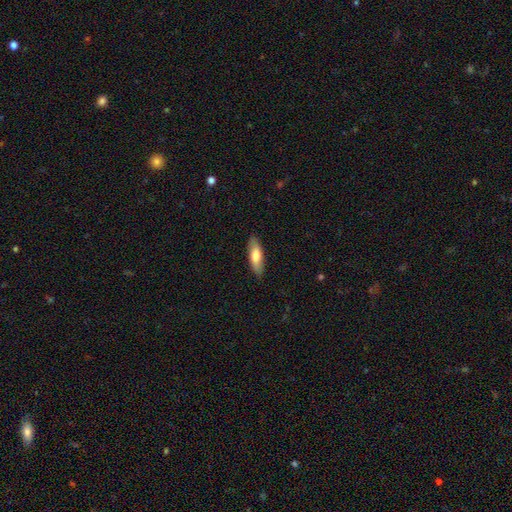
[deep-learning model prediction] This appears to be a smooth galaxy with no disk features (73%) that is in between round and cigar-shaped (50%). Merging: none (87%).